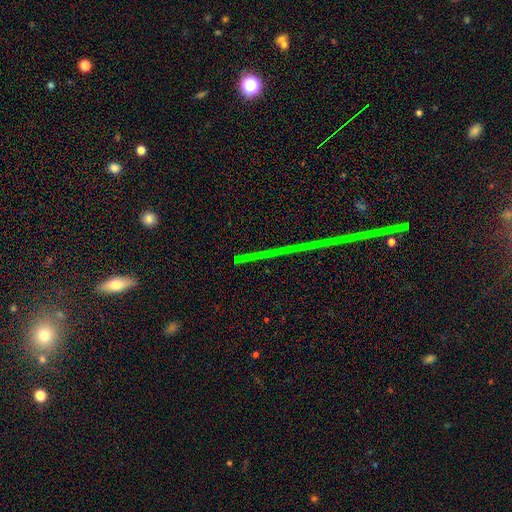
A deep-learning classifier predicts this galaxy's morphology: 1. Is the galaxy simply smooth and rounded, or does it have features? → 68% star or artifact, 17% featured or disk, 15% smooth.